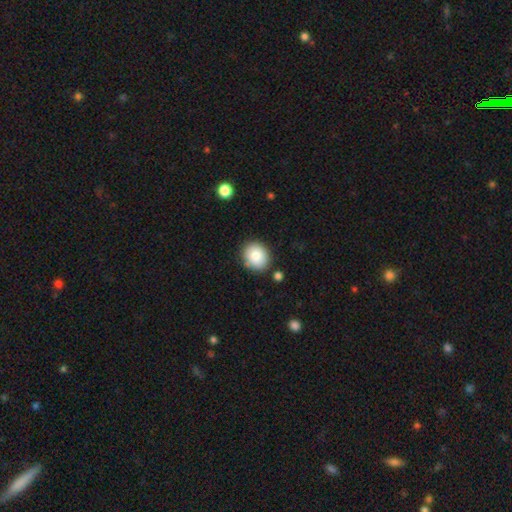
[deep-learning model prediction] Overall: smooth (80%). How rounded: round (72%). Merging: none (84%).